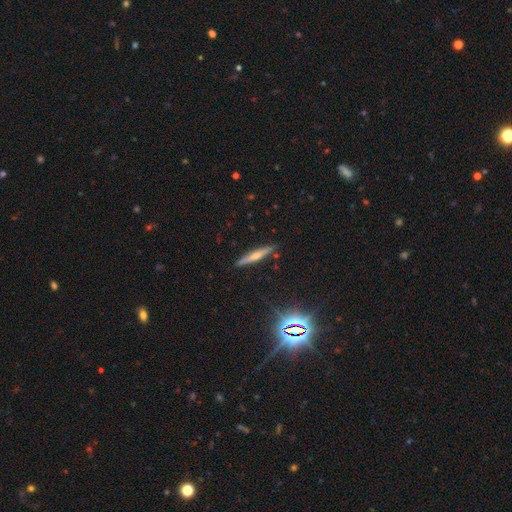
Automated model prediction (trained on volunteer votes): The model was most divided on "smooth or featured": featured or disk: 48%, smooth: 42%, star or artifact: 10%. More confident: merging — none (89%).